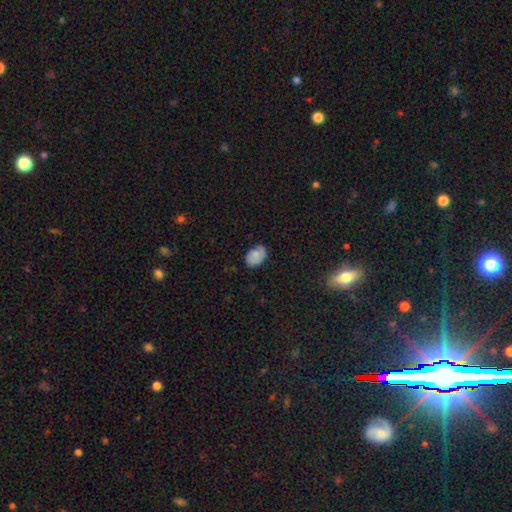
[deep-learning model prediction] smooth-or-featured: smooth: 73% | featured or disk: 18% | star or artifact: 9%
  how-rounded: in between: 83% | round: 16% | cigar-shaped: 1%
  merging: none: 72% | minor disturbance: 23% | major disturbance: 4% | merger: 1%